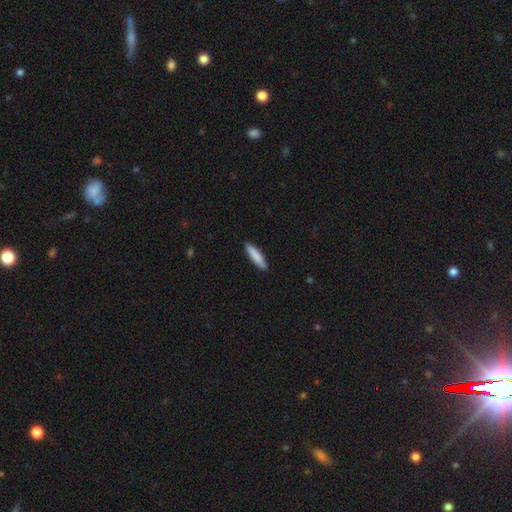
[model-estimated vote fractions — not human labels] This is clearly a smooth galaxy (87%). How rounded: likely cigar-shaped (79%). Merging: clearly none (91%).